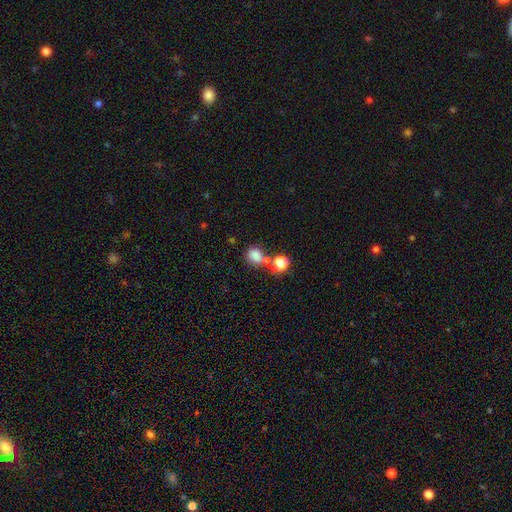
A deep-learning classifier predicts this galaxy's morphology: smooth 77%, star or artifact 15%, featured or disk 8%. Down the decision tree: how rounded — round (71%); merging — none (59%).